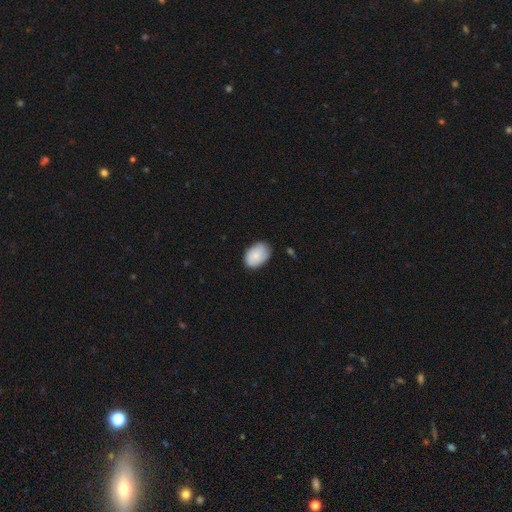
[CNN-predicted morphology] A smooth galaxy with no disk features (79%) that is in between round and cigar-shaped (85%).

Vote fractions:
- Smooth or featured? smooth: 79% / featured or disk: 15% / star or artifact: 6%
- How rounded? in between: 85% / round: 14% / cigar-shaped: 1%
- Merging? none: 77% / minor disturbance: 19% / major disturbance: 3% / merger: 1%